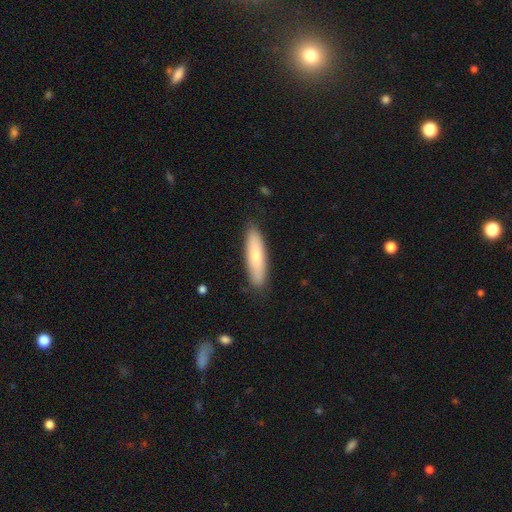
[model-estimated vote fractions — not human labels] This is likely a smooth galaxy (70%). How rounded: likely cigar-shaped (67%). Merging: clearly none (86%).